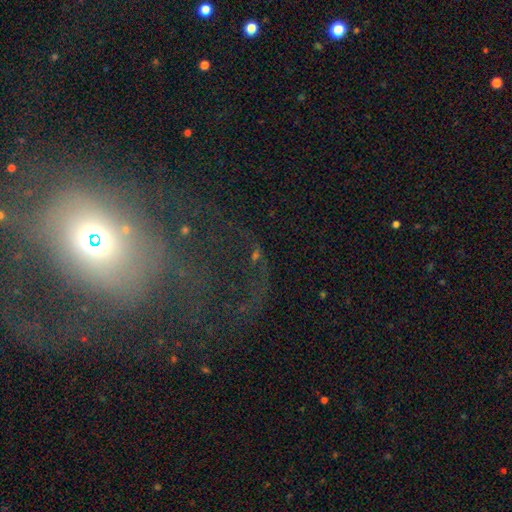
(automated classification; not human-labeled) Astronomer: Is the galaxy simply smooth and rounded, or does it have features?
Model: star or artifact — 64%.